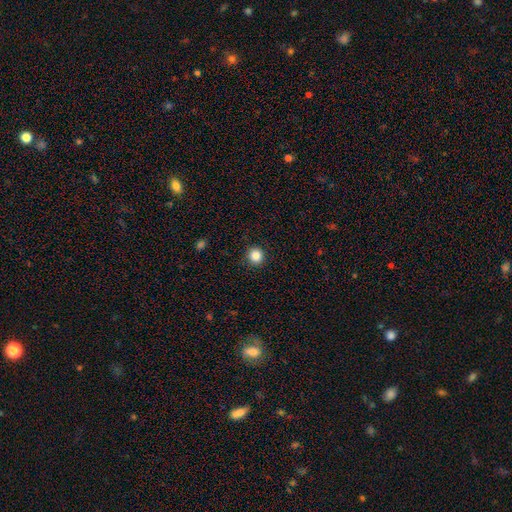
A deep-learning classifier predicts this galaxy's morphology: Q: Smooth or featured?
A: smooth (86%); runner-up: star or artifact (10%)
Q: How rounded?
A: round (92%); runner-up: in between (7%)
Q: Merging?
A: none (92%); runner-up: minor disturbance (5%)